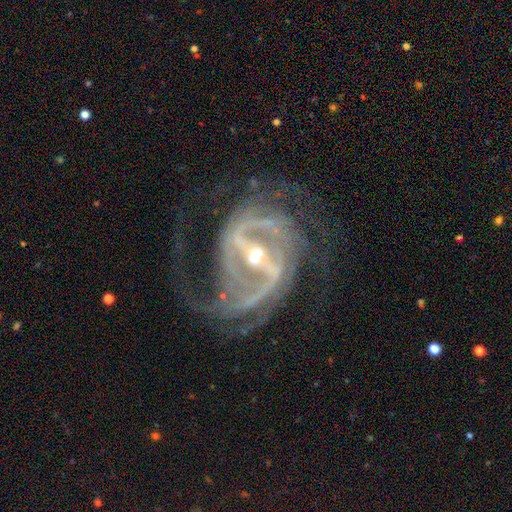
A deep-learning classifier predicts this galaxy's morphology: smooth-or-featured: featured or disk: 92% | star or artifact: 5% | smooth: 3%
  disk-edge-on: no: 97% | yes: 3%
    bar: strong: 72% | weak: 22% | no: 6%
    has-spiral-arms: yes: 97% | no: 3%
      spiral-winding: medium: 49% | tight: 29% | loose: 22%
      spiral-arm-count: 2: 52% | 3: 16% | can't tell: 12% | 4: 8% | 1: 6% | more than 4: 6%
    bulge-size: small: 48% (tied) | moderate: 48% (tied) | large: 3% | none: 1% | dominant: 1%
  merging: none: 61% | major disturbance: 21% | minor disturbance: 16% | merger: 2%